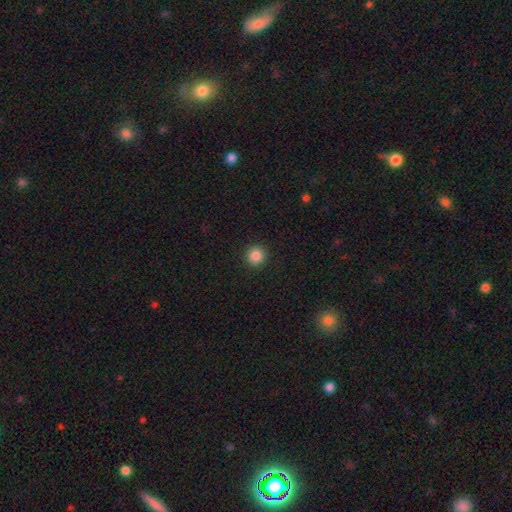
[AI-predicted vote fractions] This appears to be a smooth galaxy with no disk features (86%) that is round (94%). Merging: none (93%).